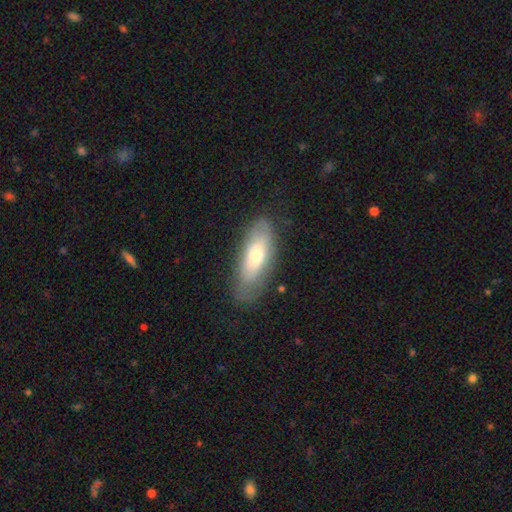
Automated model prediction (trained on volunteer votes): Morphology: type=smooth (65%); roundness=in between (67%); merging=none (76%).